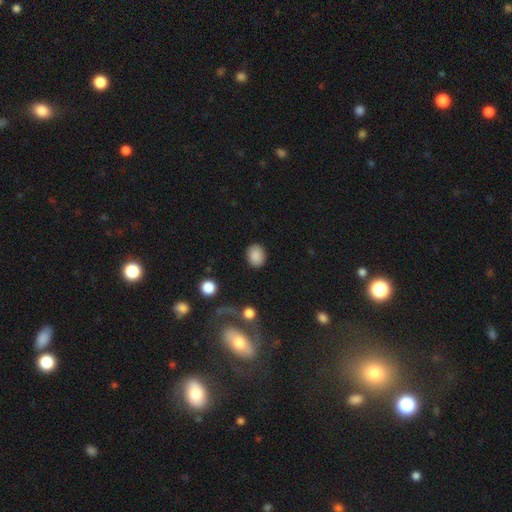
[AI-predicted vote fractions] This is clearly a smooth galaxy (87%). How rounded: possibly in between (53%). Merging: clearly none (88%).